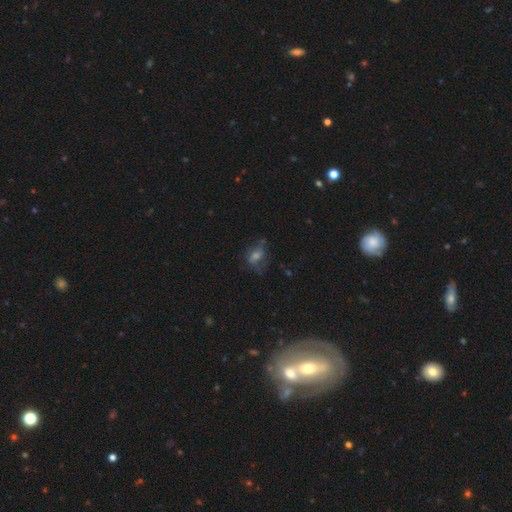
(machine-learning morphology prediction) Smooth or featured?
  - smooth: 41% *
  - featured or disk: 34%
  - star or artifact: 25%
Merging?
  - none: 53% *
  - minor disturbance: 23%
  - major disturbance: 21%
  - merger: 3%